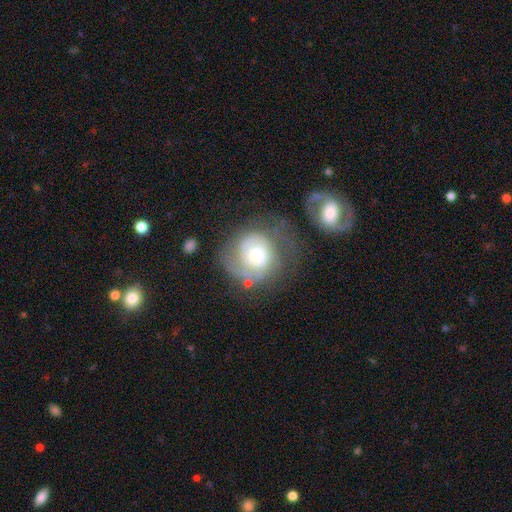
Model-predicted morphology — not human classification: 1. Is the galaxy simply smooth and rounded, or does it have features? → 60% featured or disk, 33% smooth, 7% star or artifact.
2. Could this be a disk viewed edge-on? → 97% no, 3% yes.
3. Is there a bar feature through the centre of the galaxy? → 72% no, 23% weak, 5% strong.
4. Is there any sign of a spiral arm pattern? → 82% yes, 18% no.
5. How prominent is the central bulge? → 54% moderate, 23% small, 18% large, 3% dominant, 2% none.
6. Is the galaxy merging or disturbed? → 50% none, 19% minor disturbance, 18% major disturbance, 12% merger.